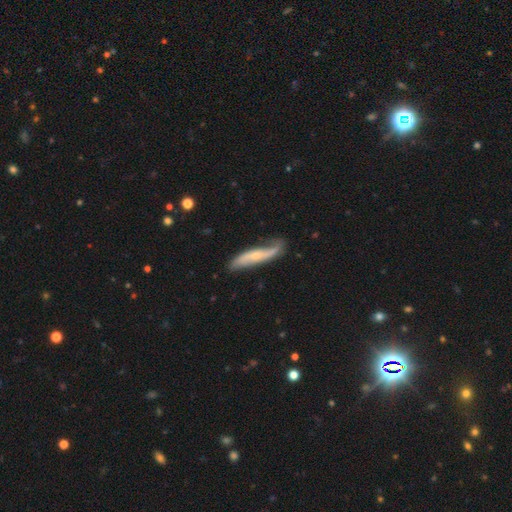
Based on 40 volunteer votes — featured or disk 62%, smooth 32%, star or artifact 5%. Down the decision tree: edge-on disk — no (64%); bar — no (69%); spiral arms — yes (88%); spiral arm count — 2 (86%); spiral winding — loose (64%); bulge size — small (69%); merging — none (45%).